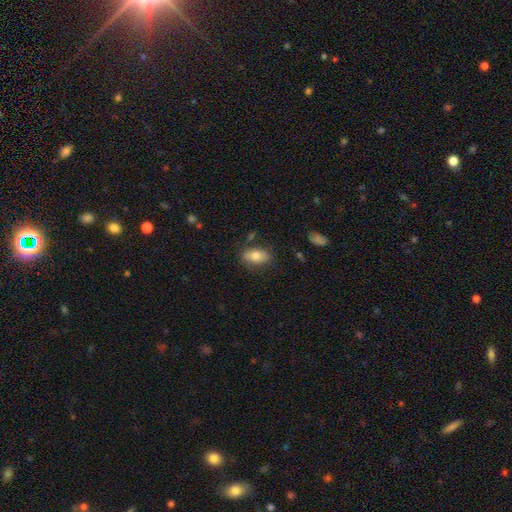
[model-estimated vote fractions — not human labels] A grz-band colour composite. It shows a smooth galaxy with no disk features (75%) that is in between round and cigar-shaped (90%). Merging: none (79%).